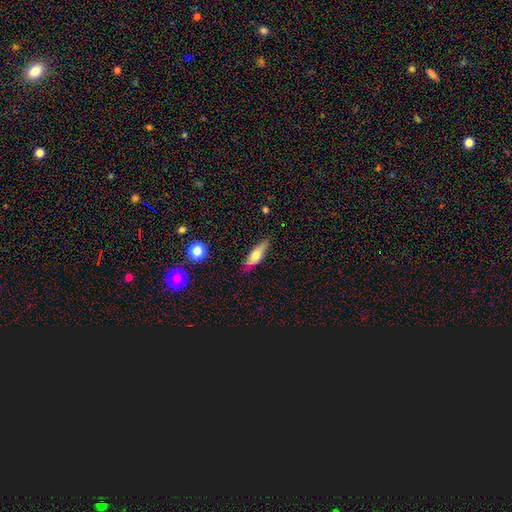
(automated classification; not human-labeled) Morphology: type=smooth (60%); roundness=in between (49%); merging=none (84%).